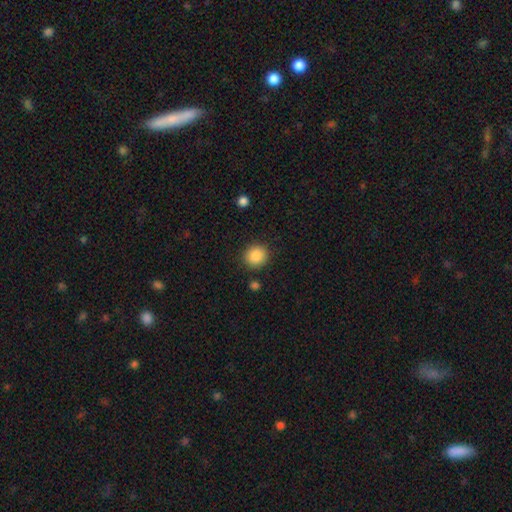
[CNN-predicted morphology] A smooth galaxy with no disk features (88%) that is round (88%). Merging: none (89%).